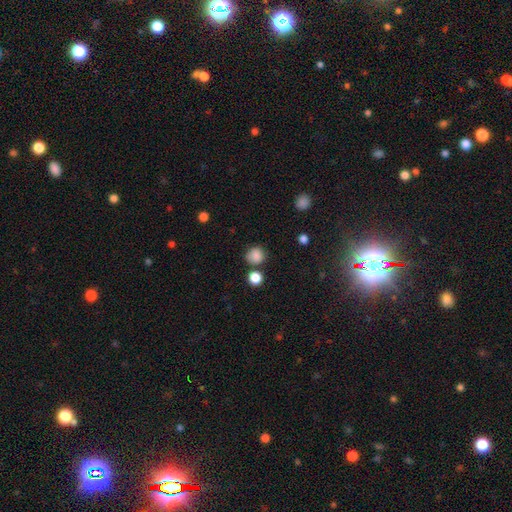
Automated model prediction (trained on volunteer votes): Smooth or featured? Predicted: smooth (p=0.85). How rounded? Predicted: round (p=0.84). Merging? Predicted: none (p=0.72).